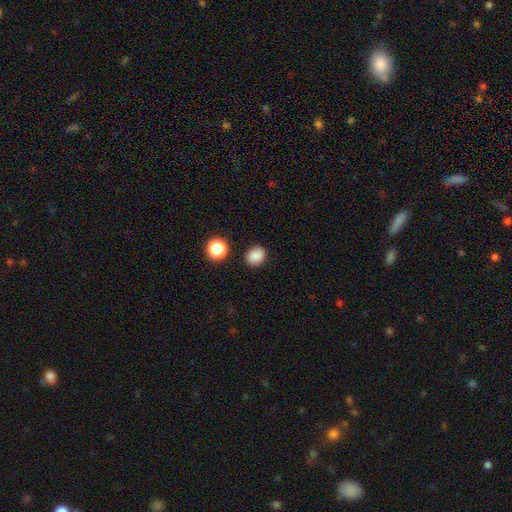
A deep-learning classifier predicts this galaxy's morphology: Smooth or featured?
  - smooth: 84% *
  - star or artifact: 11%
  - featured or disk: 4%
How rounded?
  - round: 59% *
  - in between: 40%
  - cigar-shaped: 1%
Merging?
  - none: 83% *
  - minor disturbance: 11%
  - merger: 3%
  - major disturbance: 3%